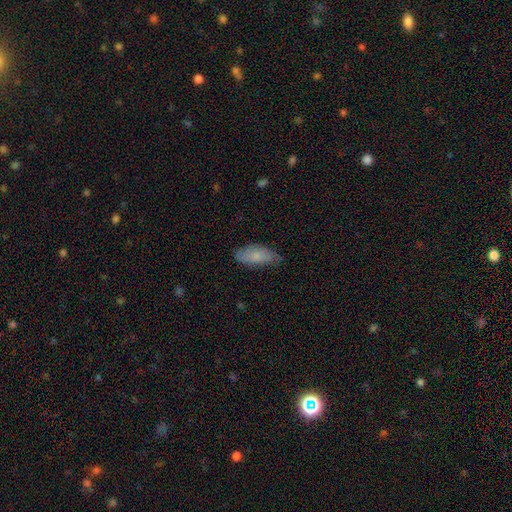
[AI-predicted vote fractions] A smooth galaxy with no disk features (73%) that is in between round and cigar-shaped (85%).

Vote fractions:
- Smooth or featured? smooth: 73% / featured or disk: 21% / star or artifact: 6%
- How rounded? in between: 85% / cigar-shaped: 13% / round: 2%
- Merging? none: 67% / minor disturbance: 27% / major disturbance: 5% / merger: 1%